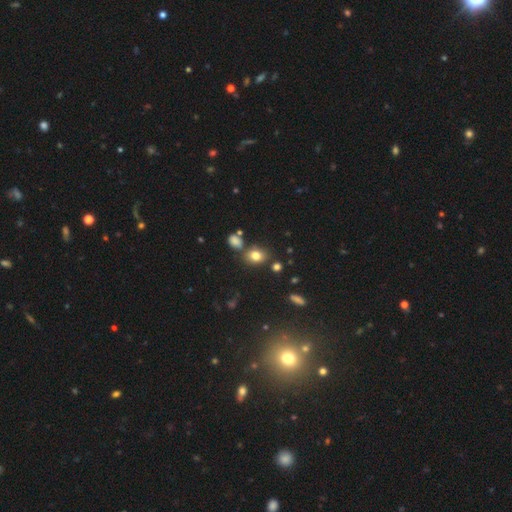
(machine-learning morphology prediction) Overall: smooth (77%). How rounded: in between (54%; round 44%). Merging: none (71%).